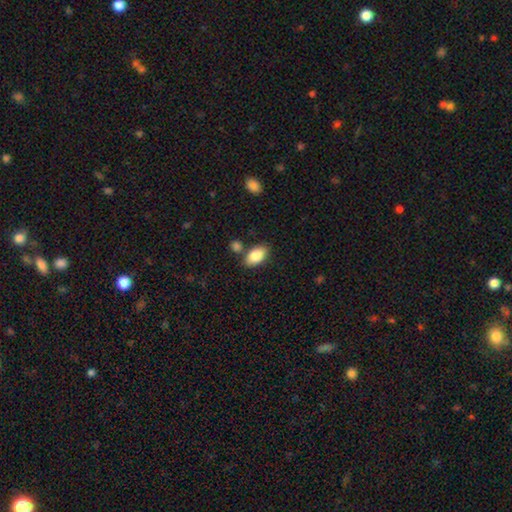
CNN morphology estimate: This appears to be a smooth galaxy with no disk features (85%) that is in between round and cigar-shaped (93%). Merging: none (76%).